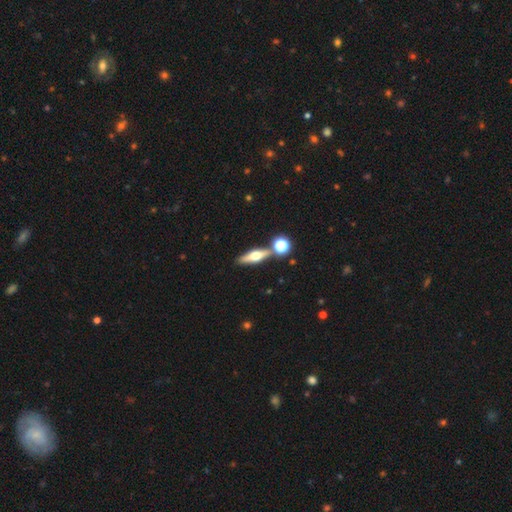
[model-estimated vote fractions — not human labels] A featured or disk galaxy (56%) viewed edge-on (91%) with a rounded central bulge (95%). Merging: none (75%).